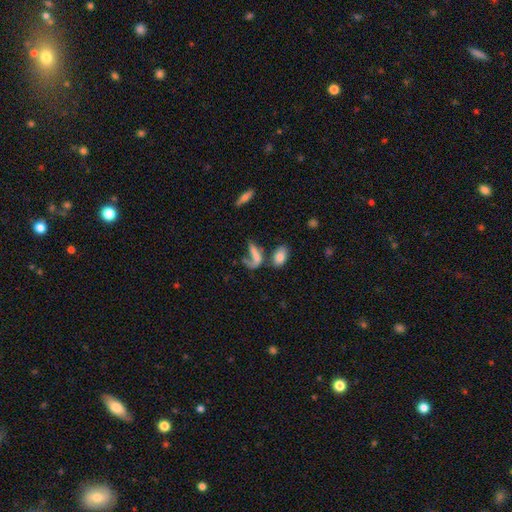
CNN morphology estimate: A smooth galaxy with no disk features (52%) that is in between round and cigar-shaped (64%). Merging: merger (30%).